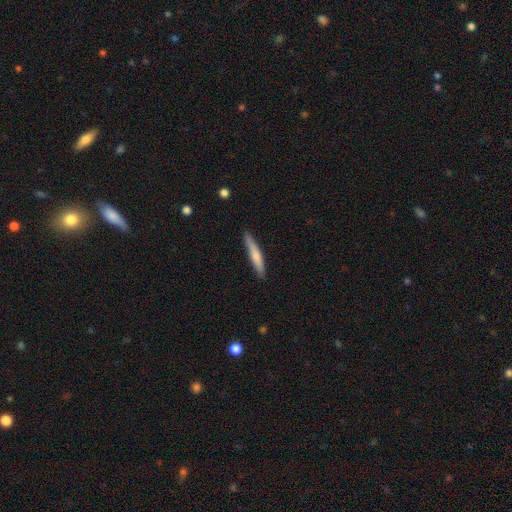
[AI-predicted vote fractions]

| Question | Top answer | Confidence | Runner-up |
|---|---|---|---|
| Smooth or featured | smooth | 70% | featured or disk (25%) |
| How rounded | cigar-shaped | 92% | in between (7%) |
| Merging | none | 84% | minor disturbance (13%) |